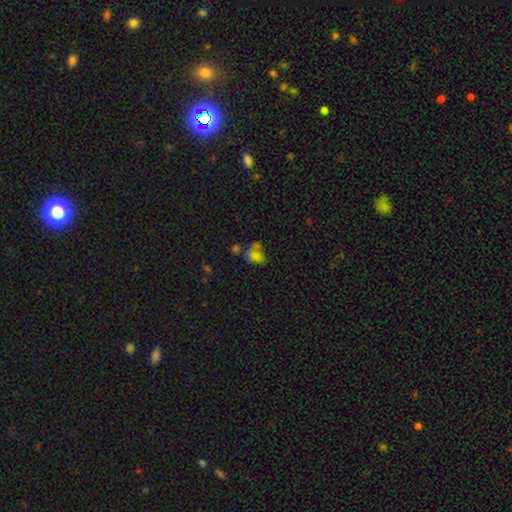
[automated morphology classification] type=smooth (49%); merging=merger (37%).